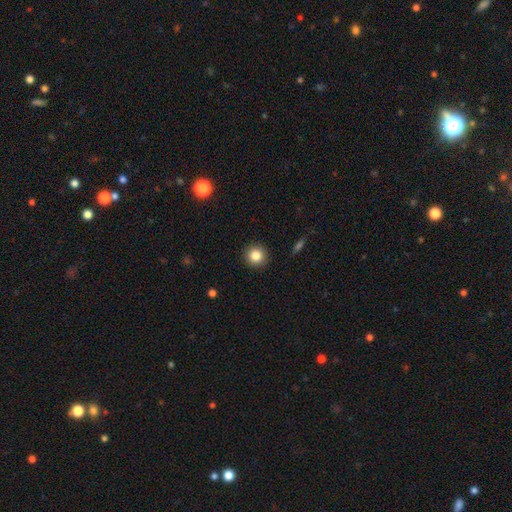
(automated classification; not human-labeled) Smooth or featured?
  - smooth: 83% *
  - star or artifact: 10%
  - featured or disk: 6%
How rounded?
  - round: 94% *
  - in between: 5%
  - cigar-shaped: 1%
Merging?
  - none: 92% *
  - minor disturbance: 5%
  - major disturbance: 2%
  - merger: 1%